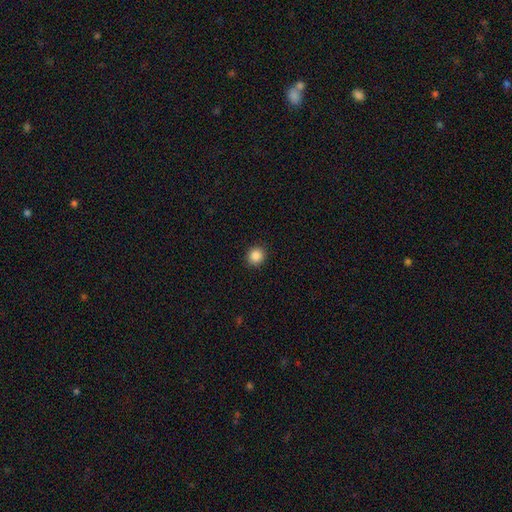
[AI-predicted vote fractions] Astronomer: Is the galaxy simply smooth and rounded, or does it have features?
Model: smooth — 87%.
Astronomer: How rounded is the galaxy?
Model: round — 88%.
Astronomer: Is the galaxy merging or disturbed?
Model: none — 92%.